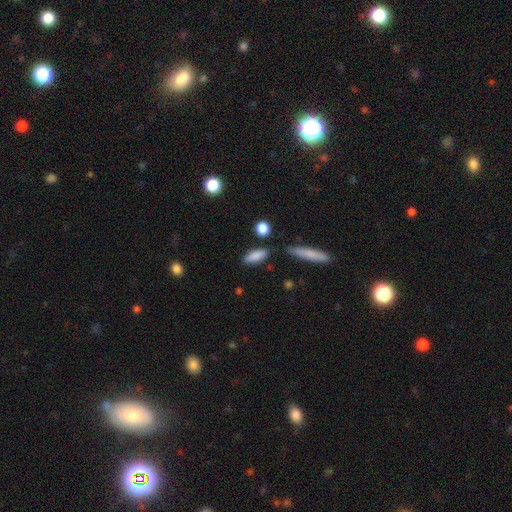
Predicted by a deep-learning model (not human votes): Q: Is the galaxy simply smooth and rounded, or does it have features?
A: smooth — 85%.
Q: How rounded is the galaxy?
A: in between — 60%.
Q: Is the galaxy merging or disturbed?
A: none — 79%.